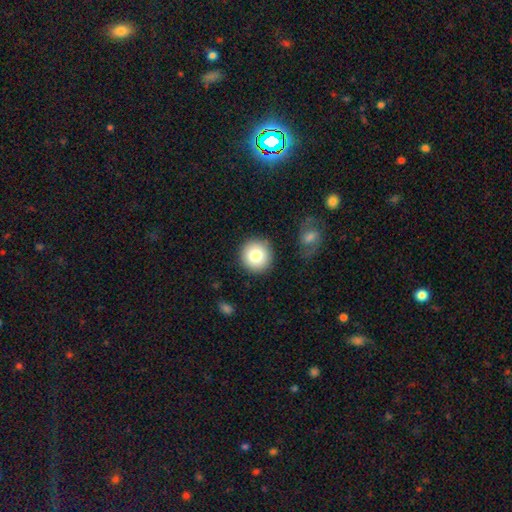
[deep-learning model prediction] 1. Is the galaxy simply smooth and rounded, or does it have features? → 80% smooth, 11% featured or disk, 9% star or artifact.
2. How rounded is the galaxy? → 94% round, 5% in between, 1% cigar-shaped.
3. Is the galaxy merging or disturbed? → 88% none, 8% minor disturbance, 2% major disturbance, 2% merger.